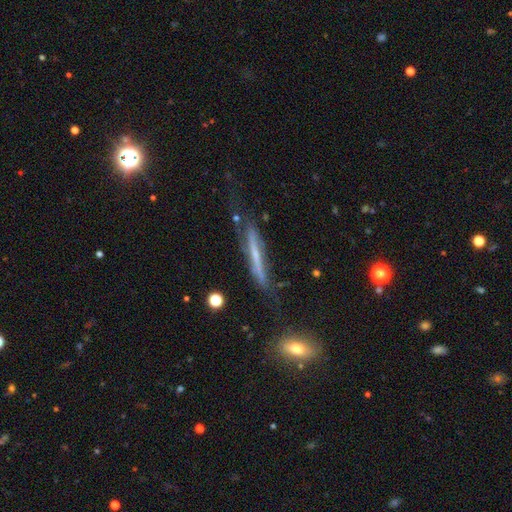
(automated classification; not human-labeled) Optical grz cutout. It shows a featured or disk galaxy (60%) viewed edge-on (87%) with no central bulge (61%). Merging: none (58%).